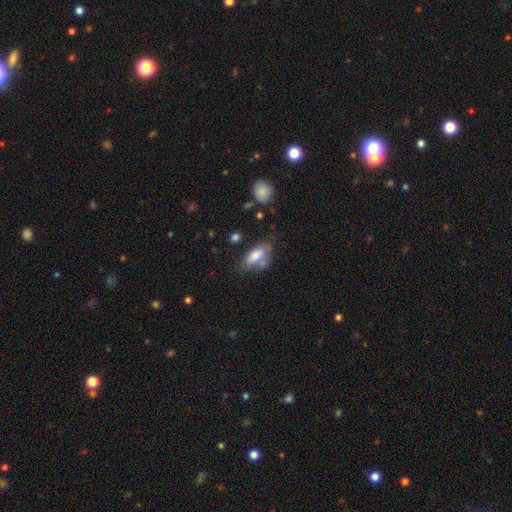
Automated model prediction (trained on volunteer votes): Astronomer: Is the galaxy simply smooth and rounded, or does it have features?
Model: smooth — 74%.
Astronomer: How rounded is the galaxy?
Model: in between — 85%.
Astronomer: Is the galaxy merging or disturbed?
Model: none — 43% (runner-up: minor disturbance, 26%).